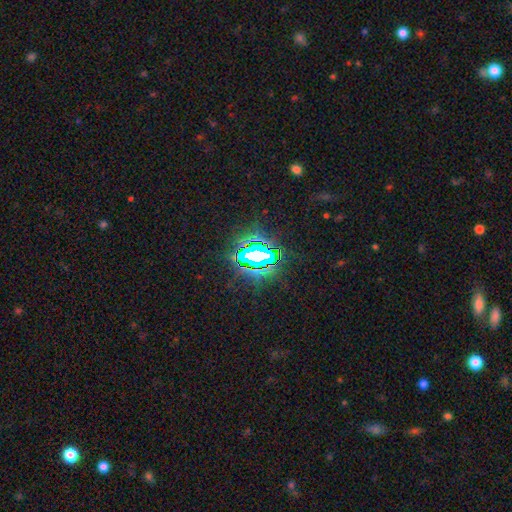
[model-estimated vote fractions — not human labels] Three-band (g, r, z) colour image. It shows a star or artifact, not a galaxy (75%).